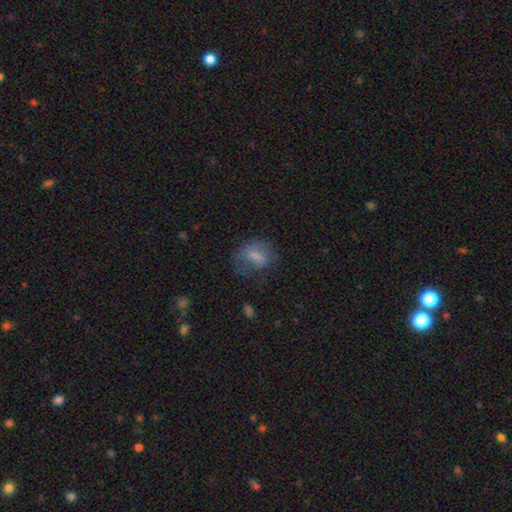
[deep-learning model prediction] Q: Smooth or featured?
A: smooth (65%); runner-up: featured or disk (25%)
Q: How rounded?
A: in between (66%); runner-up: round (31%)
Q: Merging?
A: none (46%); runner-up: minor disturbance (26%)